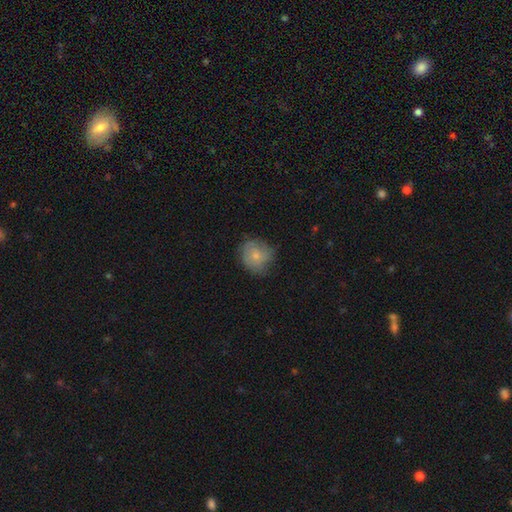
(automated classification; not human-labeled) A smooth galaxy with no disk features (69%) that is round (80%). Merging: none (63%).